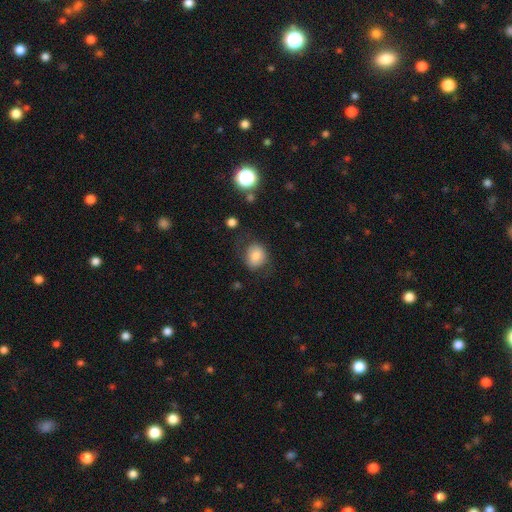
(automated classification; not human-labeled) A smooth galaxy with no disk features (76%) that is round (63%). Merging: none (67%).